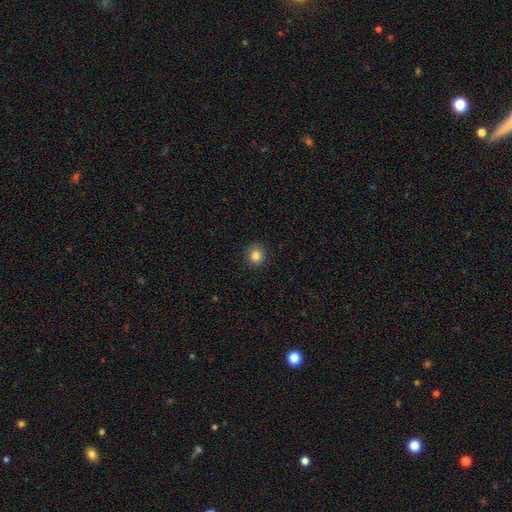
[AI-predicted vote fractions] smooth 84%, star or artifact 11%, featured or disk 5%. Down the decision tree: how rounded — round (87%); merging — none (90%).